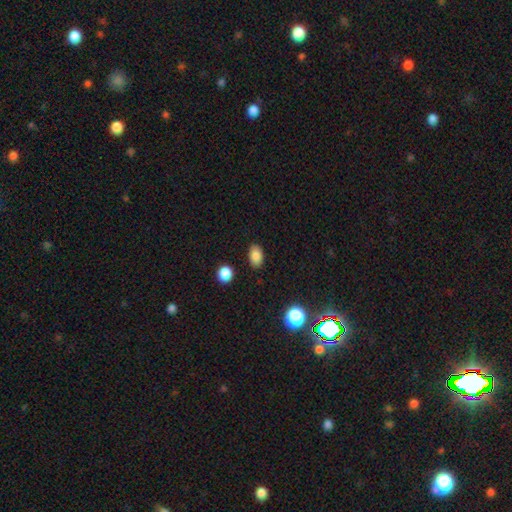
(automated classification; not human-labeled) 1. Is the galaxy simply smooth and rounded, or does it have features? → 86% smooth, 10% star or artifact, 5% featured or disk.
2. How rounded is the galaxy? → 87% in between, 11% round, 1% cigar-shaped.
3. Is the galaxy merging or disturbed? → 87% none, 9% minor disturbance, 2% major disturbance, 2% merger.